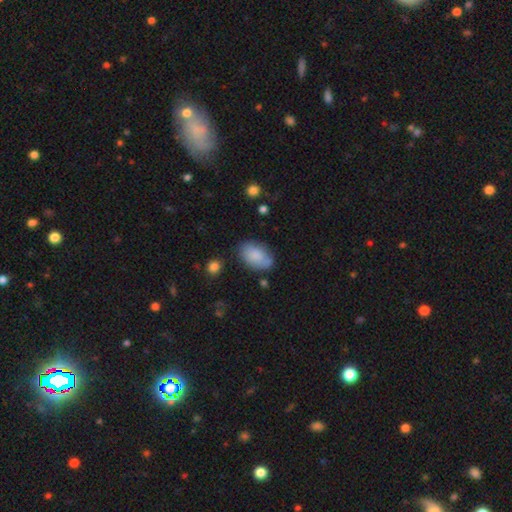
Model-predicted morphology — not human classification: Smooth or featured? smooth (80%)
How rounded? in between (90%)
Merging? none (68%)